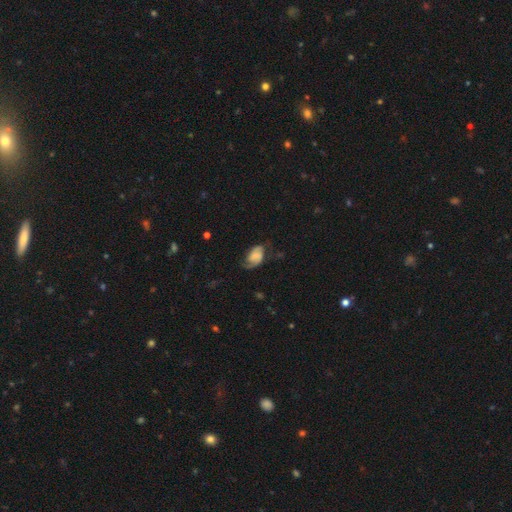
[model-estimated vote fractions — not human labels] This appears to be a featured or disk galaxy (54%) with no bar (52%), spiral arms (86%) and no central bulge (37%). Merging: none (48%).